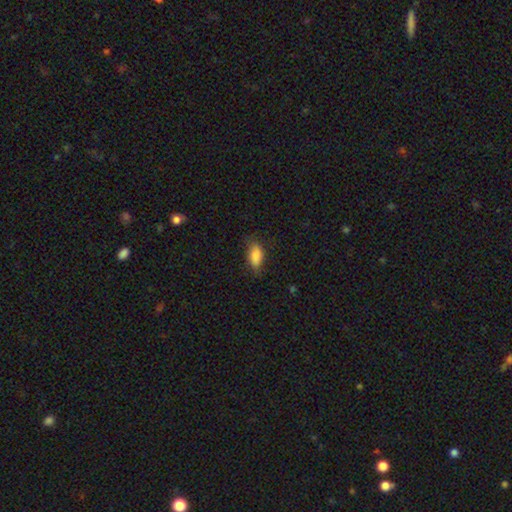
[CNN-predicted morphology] This is clearly a smooth galaxy (86%). How rounded: clearly in between (89%). Merging: likely none (69%).